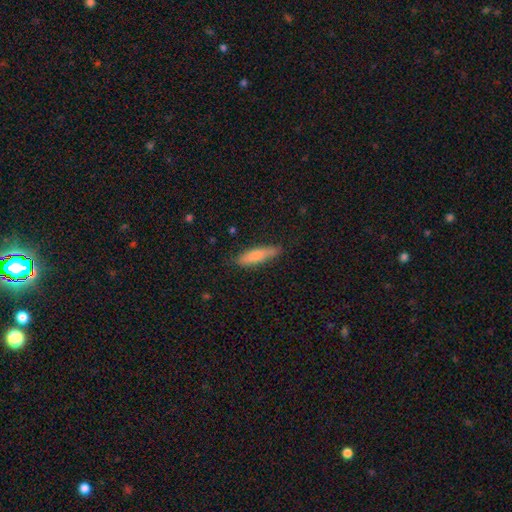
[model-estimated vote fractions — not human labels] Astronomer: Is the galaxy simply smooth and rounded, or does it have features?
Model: smooth — 79%.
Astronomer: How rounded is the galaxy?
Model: cigar-shaped — 70%.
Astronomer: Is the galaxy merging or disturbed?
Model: none — 79%.